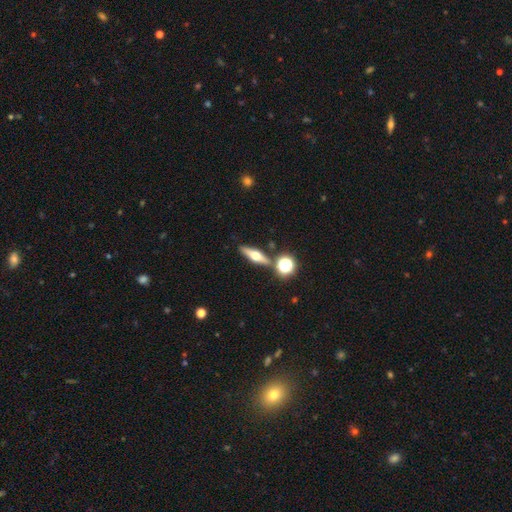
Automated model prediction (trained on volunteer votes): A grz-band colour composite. It shows a featured or disk galaxy (57%) viewed edge-on (92%) with a rounded central bulge (95%). Merging: none (82%).